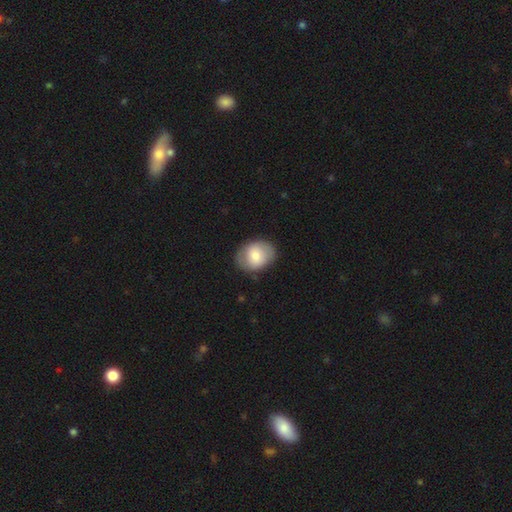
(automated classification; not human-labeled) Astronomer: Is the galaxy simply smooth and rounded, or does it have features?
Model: smooth — 71%.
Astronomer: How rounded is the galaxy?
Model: in between — 60% (runner-up: round, 39%).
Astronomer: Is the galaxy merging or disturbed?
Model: none — 80%.